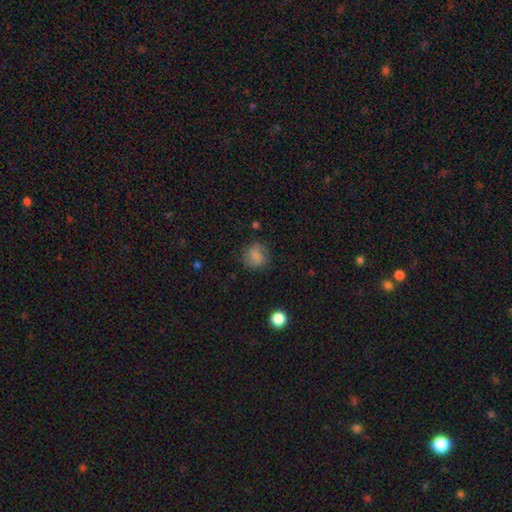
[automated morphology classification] This appears to be a smooth galaxy with no disk features (75%) that is round (77%). Merging: none (73%).